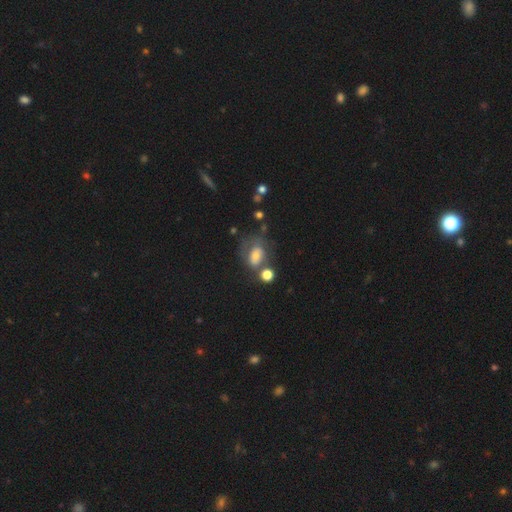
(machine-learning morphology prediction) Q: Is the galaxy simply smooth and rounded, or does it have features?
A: smooth — 54%.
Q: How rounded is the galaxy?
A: in between — 65%.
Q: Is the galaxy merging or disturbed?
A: none — 39%.